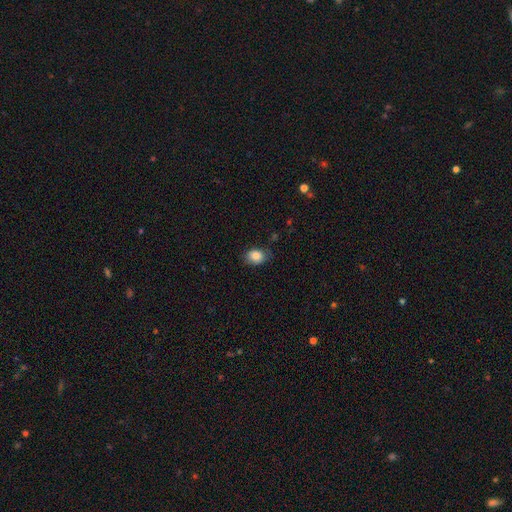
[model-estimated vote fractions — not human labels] Smooth or featured? smooth (85%)
How rounded? in between (71%)
Merging? none (72%)